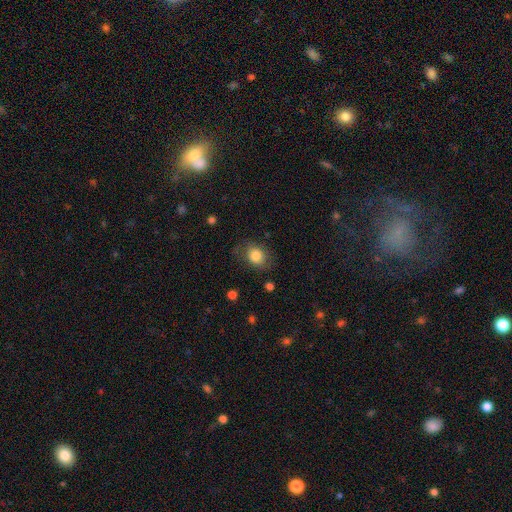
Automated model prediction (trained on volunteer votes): Smooth or featured: smooth — 81% (featured or disk — 10%)
How rounded: in between — 50% (round — 49%)
Merging: none — 72% (minor disturbance — 19%)